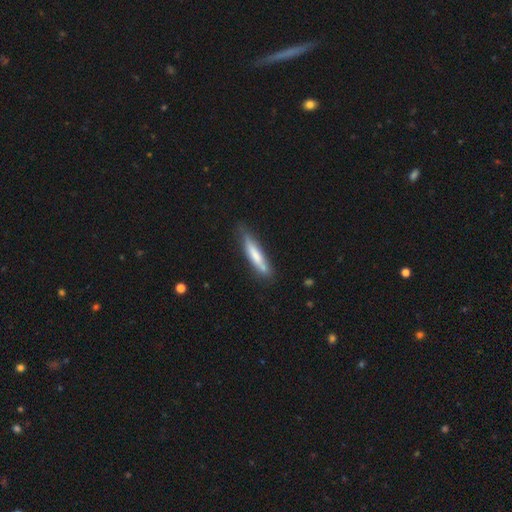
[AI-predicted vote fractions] smooth_or_featured: smooth (p=0.67) [alt: featured or disk p=0.28]
how_rounded: cigar-shaped (p=0.88) [alt: in between p=0.10]
merging: none (p=0.69) [alt: minor disturbance p=0.22]